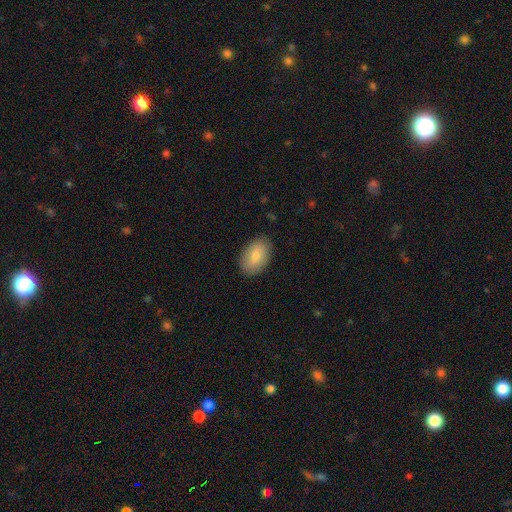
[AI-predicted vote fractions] smooth-or-featured: smooth: 79% | featured or disk: 14% | star or artifact: 6%
  how-rounded: in between: 90% | round: 9% | cigar-shaped: 1%
  merging: none: 86% | minor disturbance: 11% | major disturbance: 2% | merger: 1%